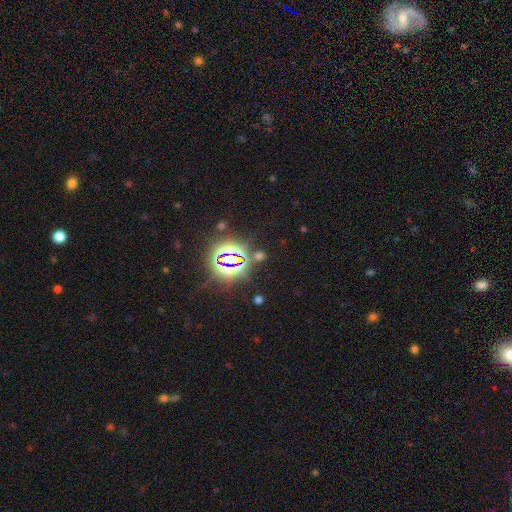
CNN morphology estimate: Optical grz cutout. It shows a star or artifact, not a galaxy (81%).